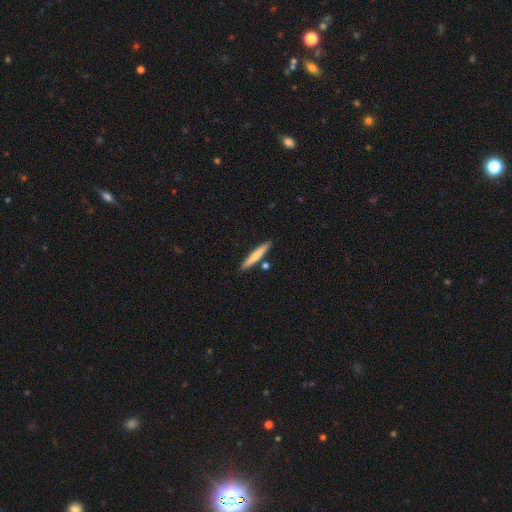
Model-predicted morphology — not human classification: Smooth or featured? Predicted: smooth (p=0.68). How rounded? Predicted: cigar-shaped (p=0.93). Merging? Predicted: none (p=0.85).